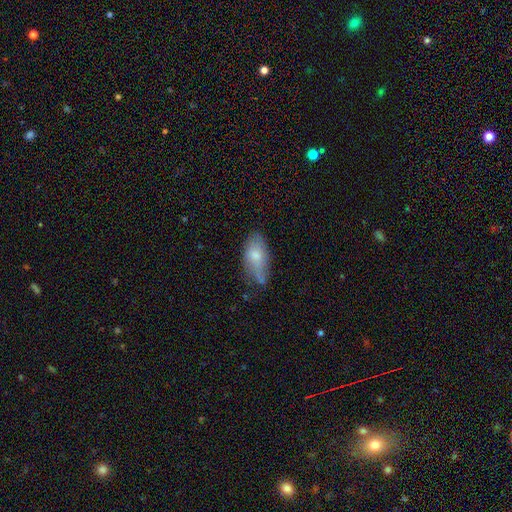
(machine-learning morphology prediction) A smooth galaxy with no disk features (67%) that is in between round and cigar-shaped (88%).

Vote fractions:
- Smooth or featured? smooth: 67% / featured or disk: 26% / star or artifact: 7%
- How rounded? in between: 88% / cigar-shaped: 9% / round: 3%
- Merging? none: 49% / minor disturbance: 37% / major disturbance: 11% / merger: 3%